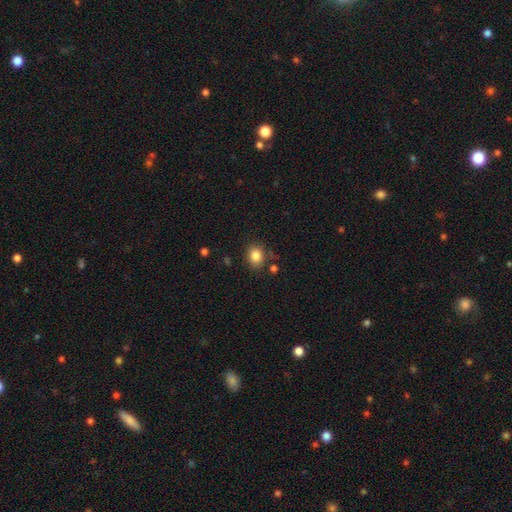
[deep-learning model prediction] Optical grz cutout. It shows a smooth galaxy with no disk features (85%) that is round (60%). Merging: none (80%).